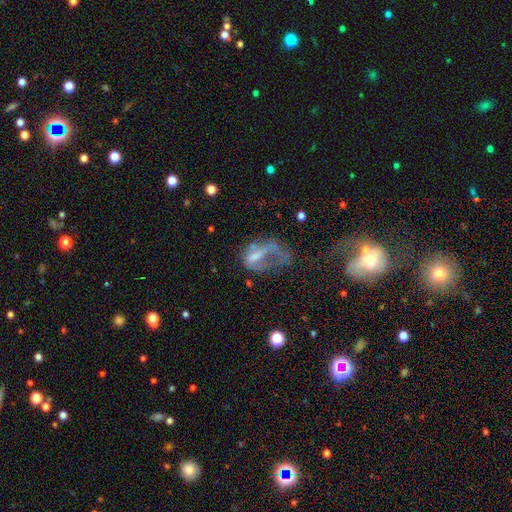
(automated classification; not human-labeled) A featured or disk galaxy (52%). Merging: major disturbance (54%).